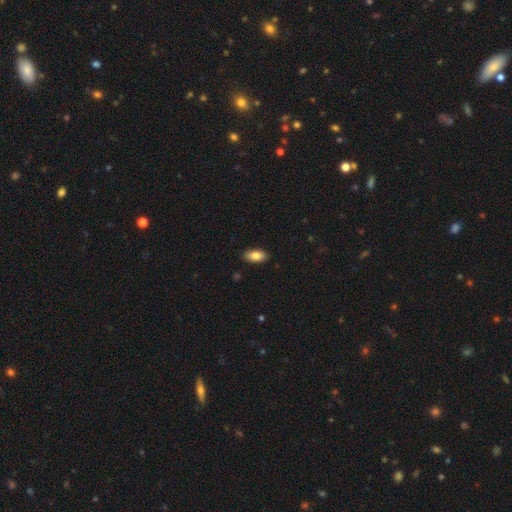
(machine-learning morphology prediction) The model was most divided on "smooth or featured": smooth: 83%, featured or disk: 10%, star or artifact: 7%. More confident: how rounded — in between (92%); merging — none (89%).